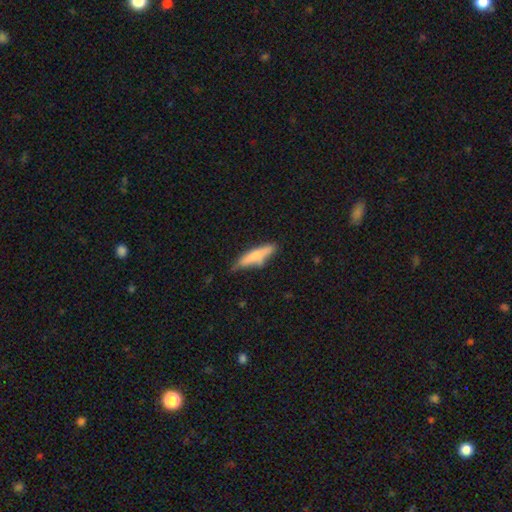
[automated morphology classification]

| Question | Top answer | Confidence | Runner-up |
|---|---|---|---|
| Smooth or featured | smooth | 68% | featured or disk (26%) |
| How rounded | cigar-shaped | 81% | in between (17%) |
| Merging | none | 63% | minor disturbance (26%) |